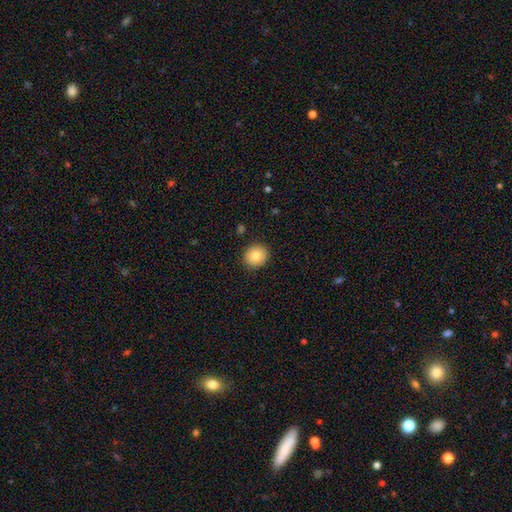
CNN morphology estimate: smooth-or-featured: smooth: 82% | featured or disk: 9% | star or artifact: 9%
  how-rounded: round: 83% | in between: 16% | cigar-shaped: 1%
  merging: none: 90% | minor disturbance: 7% | major disturbance: 2% | merger: 1%